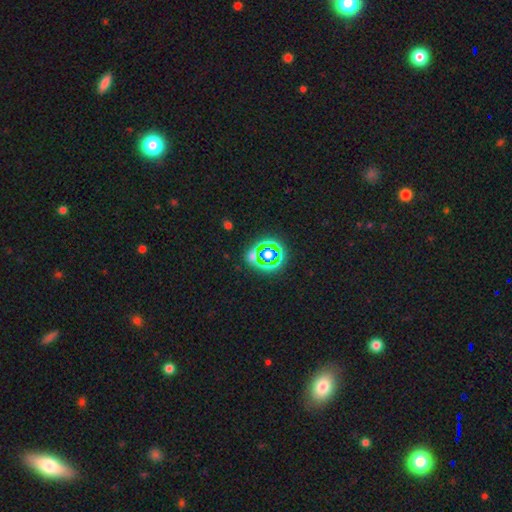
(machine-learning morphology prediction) Smooth or featured?
  - star or artifact: 72% *
  - smooth: 18%
  - featured or disk: 10%